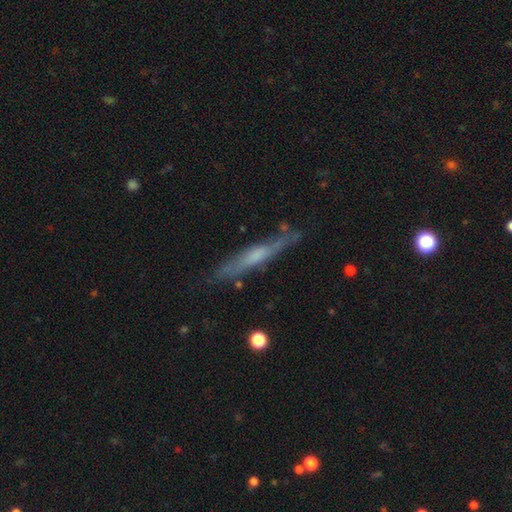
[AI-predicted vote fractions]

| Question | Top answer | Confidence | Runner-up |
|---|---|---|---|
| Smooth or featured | featured or disk | 55% | smooth (38%) |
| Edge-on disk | yes | 89% | no (11%) |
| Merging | none | 74% | minor disturbance (18%) |